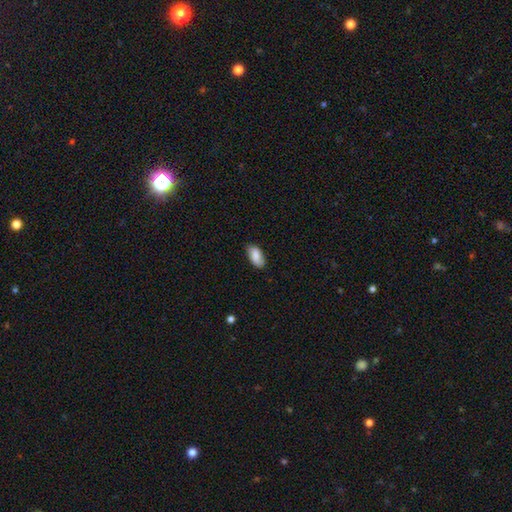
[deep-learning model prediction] smooth 82%, featured or disk 12%, star or artifact 6%. Down the decision tree: how rounded — in between (93%); merging — none (83%).